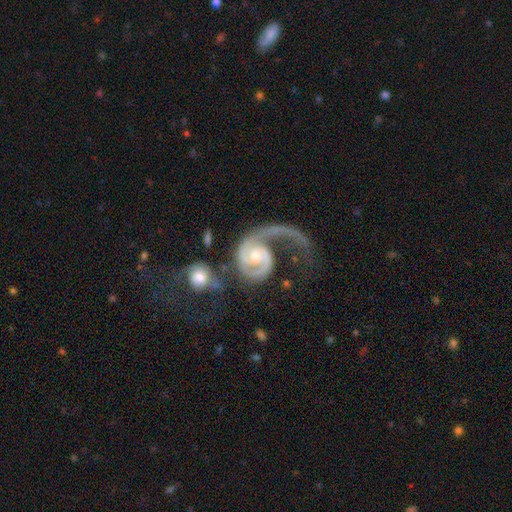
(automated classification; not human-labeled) A featured or disk galaxy (90%) with no bar (61%), 1 (69%) loose (44%) spiral arms (96%) and a moderate central bulge (48%). Merging: major disturbance (43%).